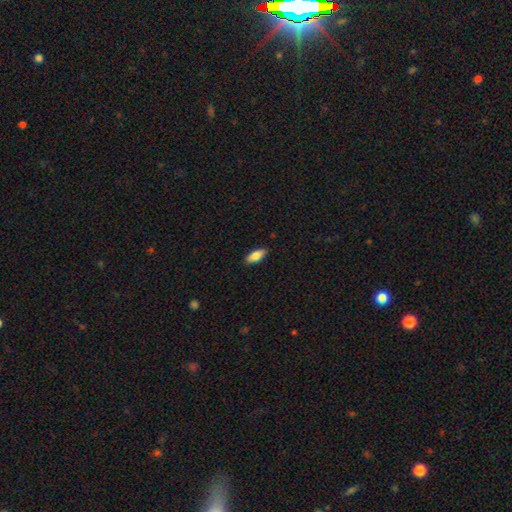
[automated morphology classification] Overall: smooth (81%). How rounded: in between (77%). Merging: none (88%).